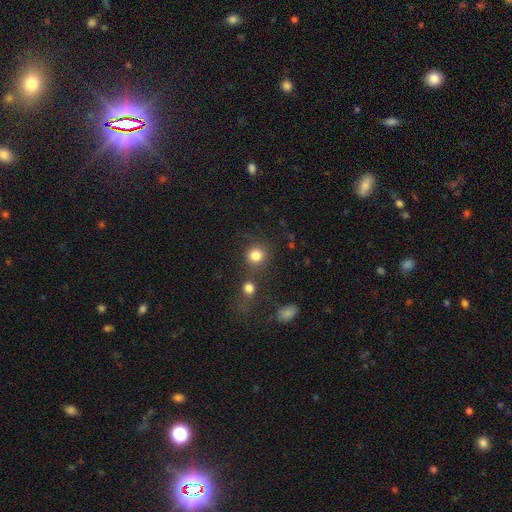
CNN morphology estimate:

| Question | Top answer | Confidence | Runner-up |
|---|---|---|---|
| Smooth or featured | smooth | 83% | star or artifact (12%) |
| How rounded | round | 88% | in between (11%) |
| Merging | none | 69% | merger (15%) |